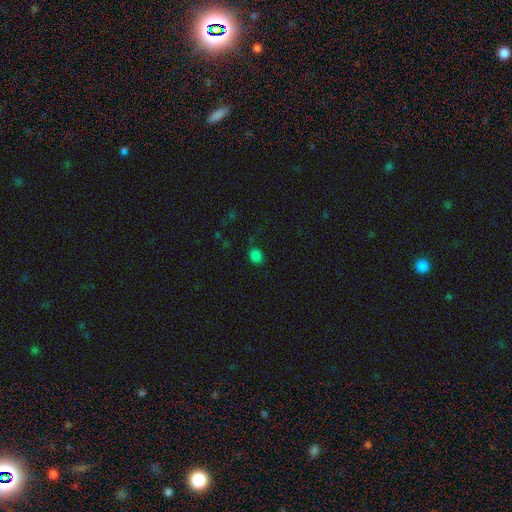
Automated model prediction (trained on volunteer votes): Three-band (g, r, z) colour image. It shows a smooth galaxy with no disk features (80%) that is round (70%). Merging: none (84%).